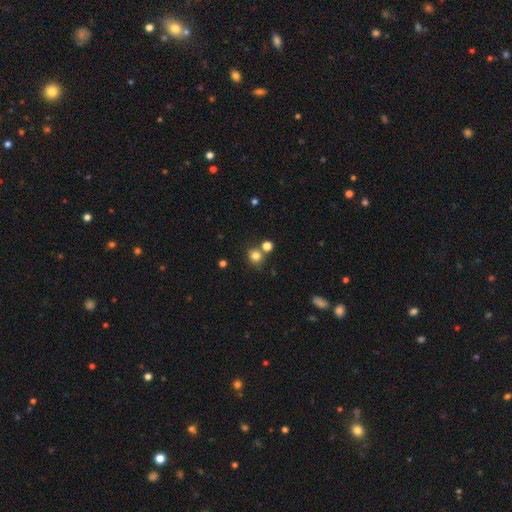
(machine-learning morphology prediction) Overall: smooth (79%). How rounded: round (81%). Merging: none (69%).